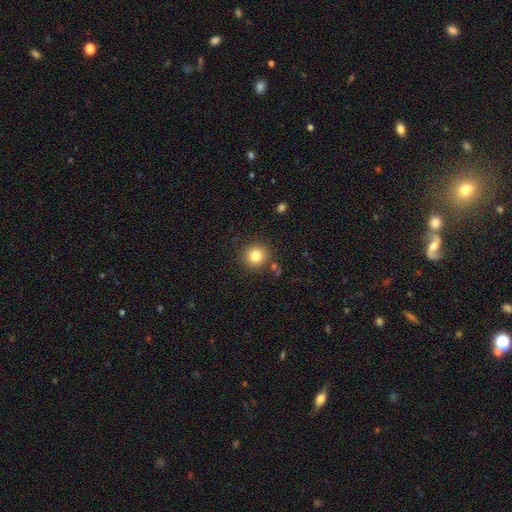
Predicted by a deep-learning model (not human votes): A smooth galaxy with no disk features (81%) that is round (93%). Merging: none (86%).